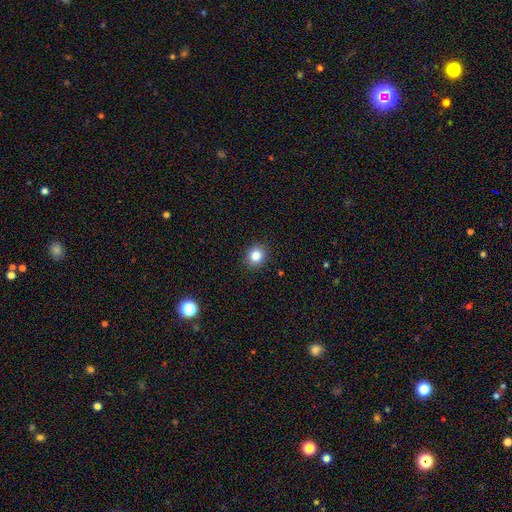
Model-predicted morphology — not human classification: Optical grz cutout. It shows a smooth galaxy with no disk features (84%) that is round (76%). Merging: none (90%).